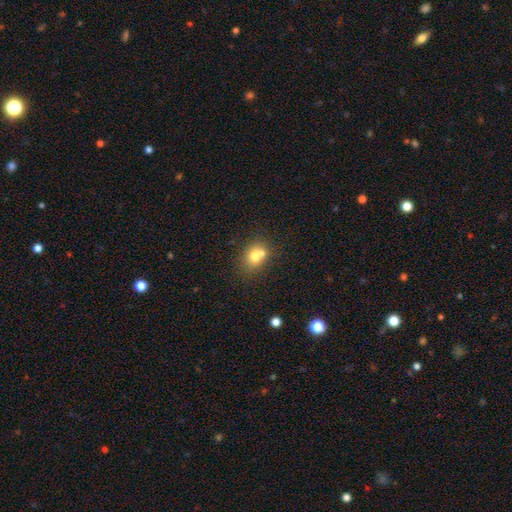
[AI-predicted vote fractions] A smooth galaxy with no disk features (71%) that is round (59%).

Vote fractions:
- Smooth or featured? smooth: 71% / featured or disk: 17% / star or artifact: 12%
- How rounded? round: 59% / in between: 40% / cigar-shaped: 1%
- Merging? none: 44% / merger: 41% / minor disturbance: 11% / major disturbance: 4%